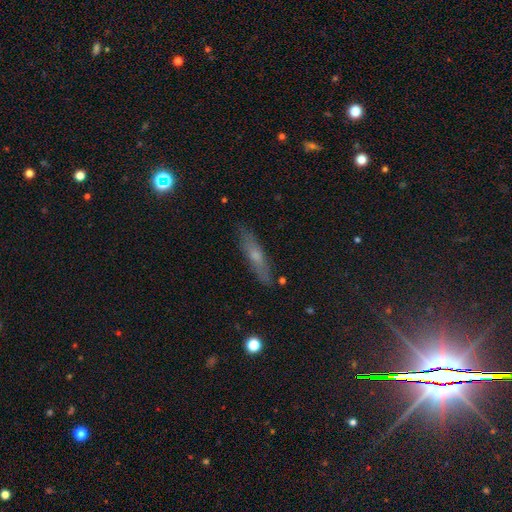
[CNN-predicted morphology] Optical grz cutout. It shows a smooth galaxy with no disk features (46%). Merging: none (85%).